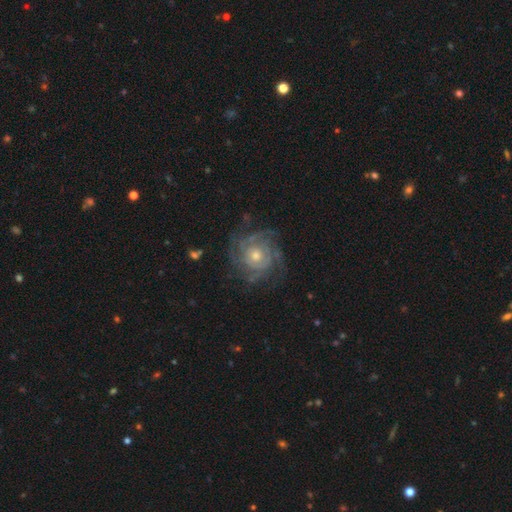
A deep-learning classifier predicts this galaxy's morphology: Smooth or featured? featured or disk (85%)
Edge-on disk? no (97%)
Bar? no (80%)
Spiral arms? yes (96%)
Spiral winding? tight (72%)
Spiral arm count? can't tell (31%)
Bulge size? moderate (60%)
Merging? none (78%)